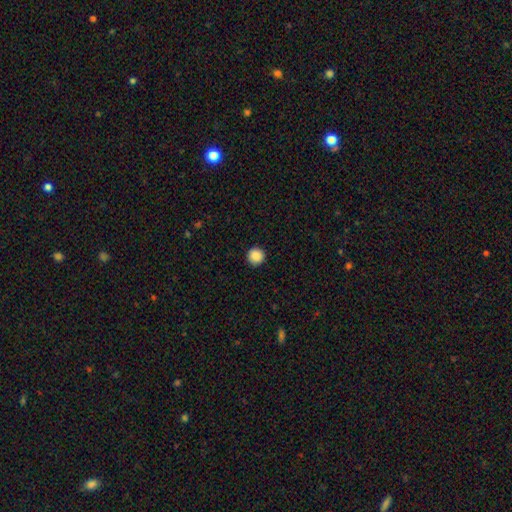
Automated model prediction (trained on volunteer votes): Smooth or featured? smooth (89%)
How rounded? round (96%)
Merging? none (93%)